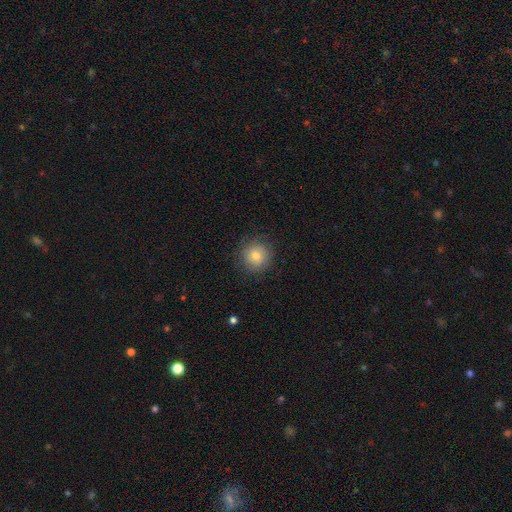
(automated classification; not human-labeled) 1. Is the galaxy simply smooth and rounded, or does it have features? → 74% smooth, 15% featured or disk, 11% star or artifact.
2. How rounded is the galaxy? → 93% round, 6% in between, 1% cigar-shaped.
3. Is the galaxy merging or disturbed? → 84% none, 11% minor disturbance, 4% major disturbance, 1% merger.